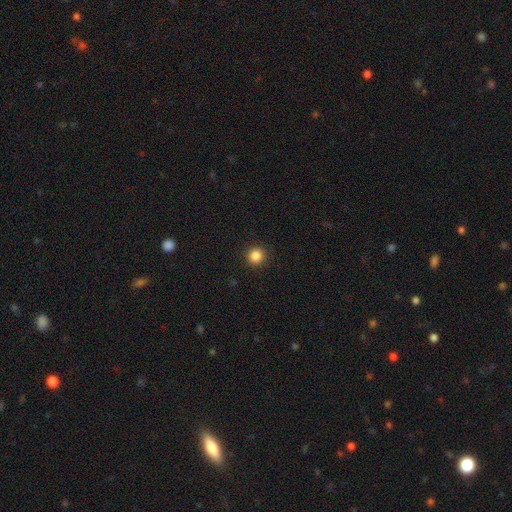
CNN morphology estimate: smooth_or_featured: smooth (p=0.86) [alt: star or artifact p=0.11]
how_rounded: round (p=0.95) [alt: in between p=0.04]
merging: none (p=0.92) [alt: minor disturbance p=0.05]